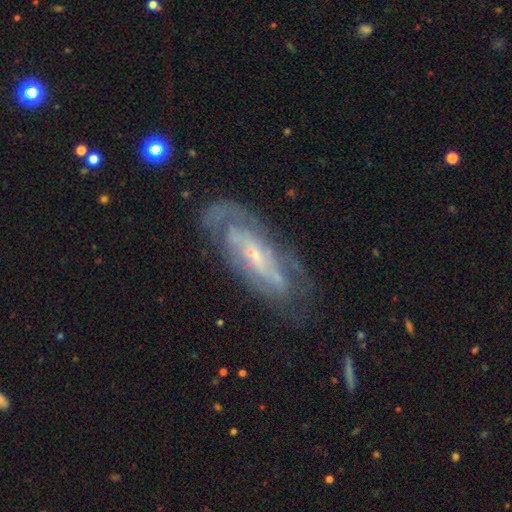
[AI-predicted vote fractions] The model was most divided on "spiral arm count": can't tell: 46%, 2: 33%, 3: 8%, 1: 7%, 4: 4%, more than 4: 3%. Remaining: edge-on disk — no (85%); spiral arms — yes (84%); smooth or featured — featured or disk (79%); bulge size — small (71%); merging — none (66%); spiral winding — tight (54%); bar — no (50%).